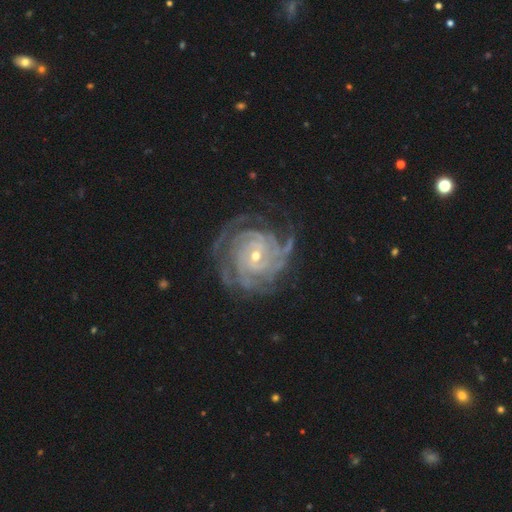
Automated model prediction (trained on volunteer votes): A featured or disk galaxy (90%) with no bar (64%), 4 (24%, tied with can't tell) tight (79%) spiral arms (98%) and a small central bulge (62%).

Vote fractions:
- Smooth or featured? featured or disk: 90% / star or artifact: 5% / smooth: 4%
- Edge-on disk? no: 97% / yes: 3%
- Bar? no: 64% / weak: 26% / strong: 10%
- Spiral arms? yes: 98% / no: 2%
- Spiral winding? tight: 79% / medium: 18% / loose: 3%
- Spiral arm count? 4: 24% (tied) / can't tell: 24% (tied) / 3: 17% / more than 4: 17% / 2: 11% / 1: 7%
- Bulge size? small: 62% / moderate: 35% / large: 2% / none: 1% / dominant: 1%
- Merging? none: 71% / minor disturbance: 17% / major disturbance: 10% / merger: 2%